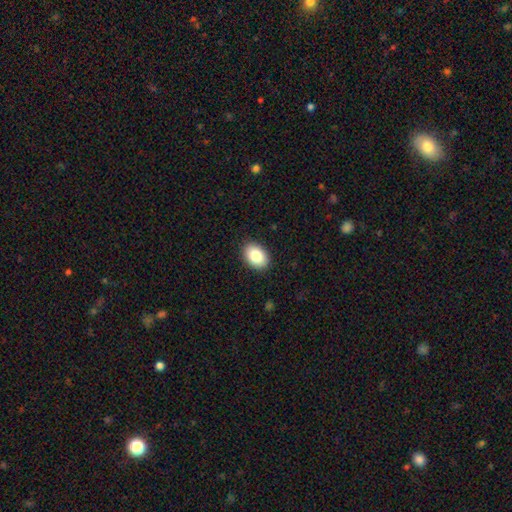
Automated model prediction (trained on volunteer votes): Overall: smooth (85%). How rounded: in between (83%). Merging: none (90%).